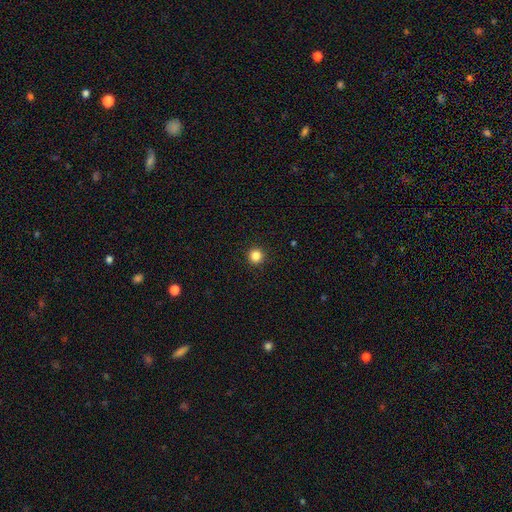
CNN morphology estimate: smooth-or-featured: smooth: 85% | star or artifact: 12% | featured or disk: 3%
  how-rounded: round: 95% | in between: 4% | cigar-shaped: 1%
  merging: none: 93% | minor disturbance: 4% | major disturbance: 2% | merger: 1%